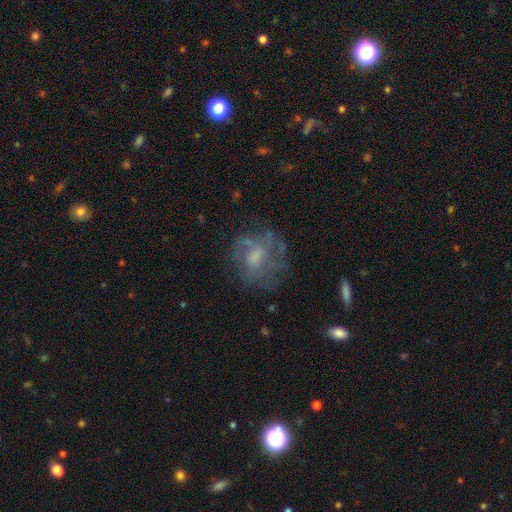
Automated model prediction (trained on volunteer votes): Smooth or featured? featured or disk (60%)
Edge-on disk? no (97%)
Bar? no (65%)
Spiral arms? yes (57%)
Bulge size? moderate (45%)
Merging? none (62%)